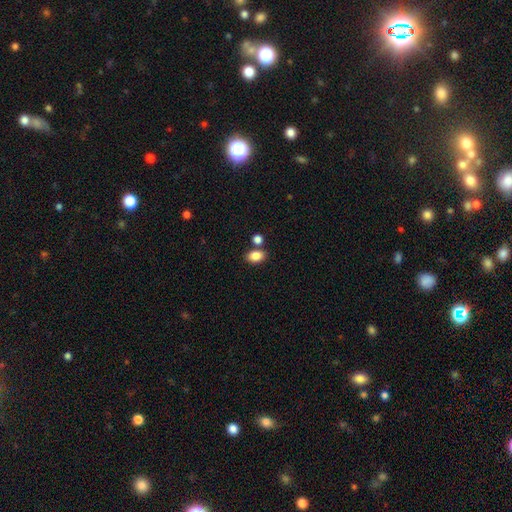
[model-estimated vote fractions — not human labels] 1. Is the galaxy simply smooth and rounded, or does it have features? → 86% smooth, 9% star or artifact, 5% featured or disk.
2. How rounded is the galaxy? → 79% in between, 20% round, 1% cigar-shaped.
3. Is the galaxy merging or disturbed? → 71% none, 16% merger, 10% minor disturbance, 3% major disturbance.